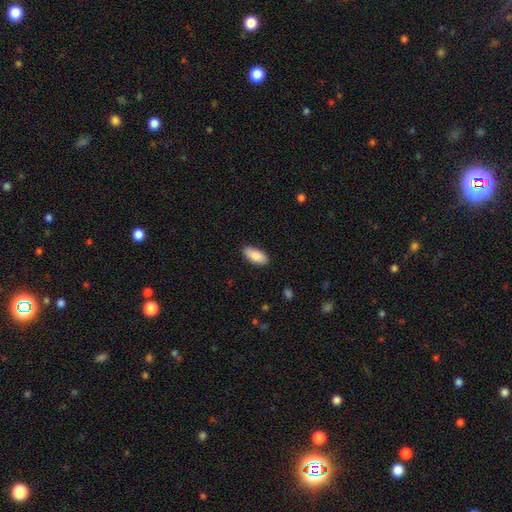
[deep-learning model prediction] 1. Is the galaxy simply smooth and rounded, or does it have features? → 88% smooth, 7% featured or disk, 6% star or artifact.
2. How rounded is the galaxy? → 88% in between, 10% cigar-shaped, 2% round.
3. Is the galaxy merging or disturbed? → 87% none, 10% minor disturbance, 2% major disturbance, 1% merger.